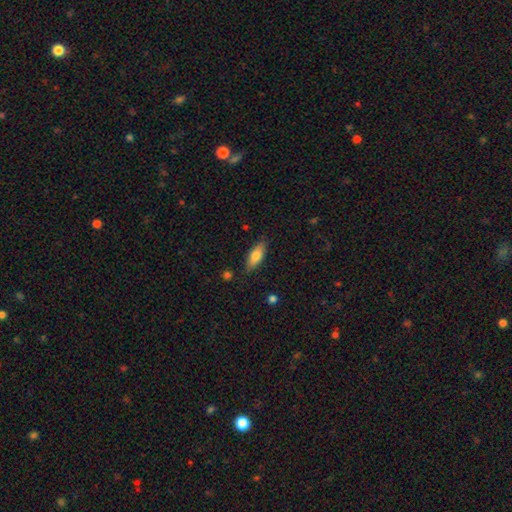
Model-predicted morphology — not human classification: A smooth galaxy with no disk features (77%) that is in between round and cigar-shaped (70%). Merging: none (83%).